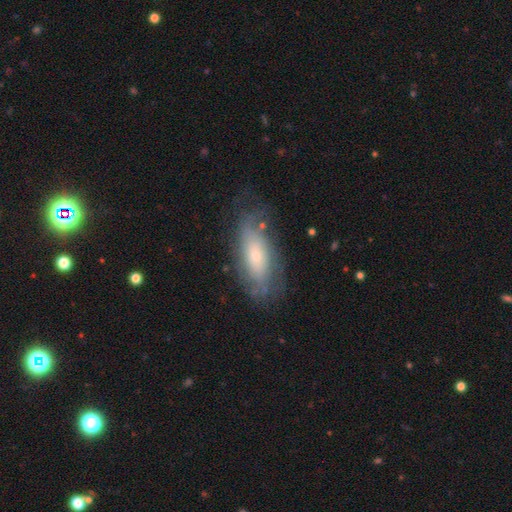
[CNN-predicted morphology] A smooth galaxy with no disk features (47%). Merging: none (62%).